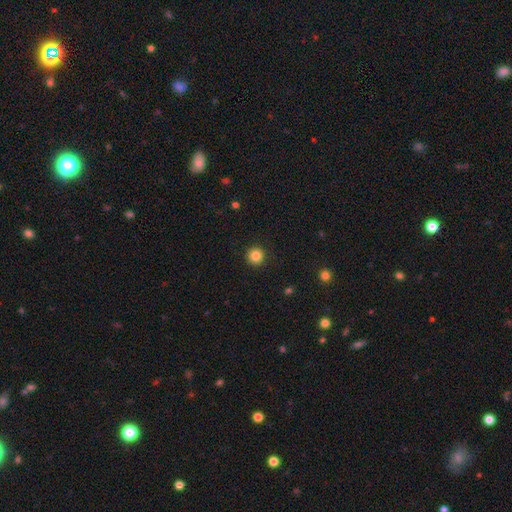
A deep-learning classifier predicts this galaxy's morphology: Smooth or featured? smooth (86%)
How rounded? round (95%)
Merging? none (92%)